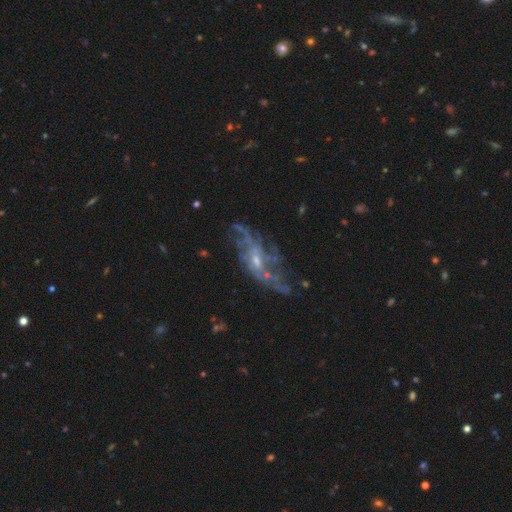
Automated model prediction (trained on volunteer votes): Overall: featured or disk (76%). Edge-on disk: no (86%). Bar: no (56%; weak 34%). Spiral arms: yes (80%). Spiral arm count: can't tell (35%; 2 28%). Spiral winding: loose (54%; medium 31%). Bulge size: small (61%; moderate 28%). Merging: none (62%).